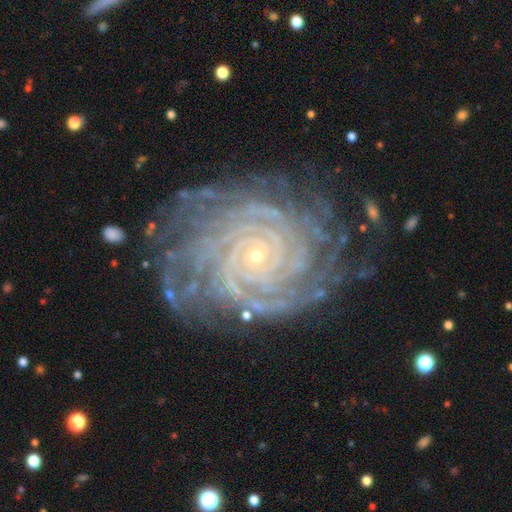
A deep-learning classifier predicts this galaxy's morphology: smooth_or_featured: featured or disk (p=0.92) [alt: star or artifact p=0.05]
disk_edge_on: no (p=0.98) [alt: yes p=0.02]
bar: no (p=0.75) [alt: weak p=0.16]
has_spiral_arms: yes (p=0.99) [alt: no p=0.01]
spiral_winding: tight (p=0.87) [alt: medium p=0.11]
spiral_arm_count: more than 4 (p=0.29) [alt: 4 p=0.22]
bulge_size: small (p=0.87) [alt: moderate p=0.09]
merging: none (p=0.76) [alt: minor disturbance p=0.16]